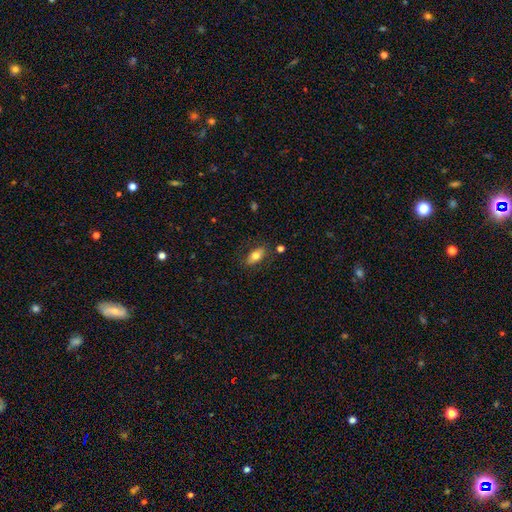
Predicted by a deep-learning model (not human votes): A smooth galaxy with no disk features (73%) that is in between round and cigar-shaped (89%).

Vote fractions:
- Smooth or featured? smooth: 73% / featured or disk: 20% / star or artifact: 7%
- How rounded? in between: 89% / round: 6% / cigar-shaped: 5%
- Merging? none: 80% / minor disturbance: 13% / major disturbance: 4% / merger: 3%